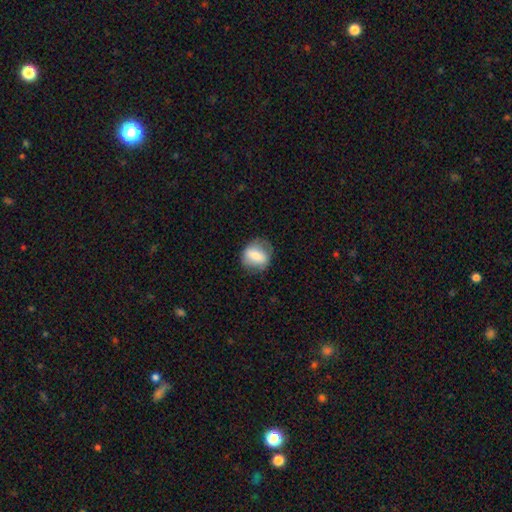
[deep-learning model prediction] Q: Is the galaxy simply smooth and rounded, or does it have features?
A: smooth — 63%.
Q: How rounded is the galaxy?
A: round — 62%.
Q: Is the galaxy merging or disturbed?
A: none — 74%.